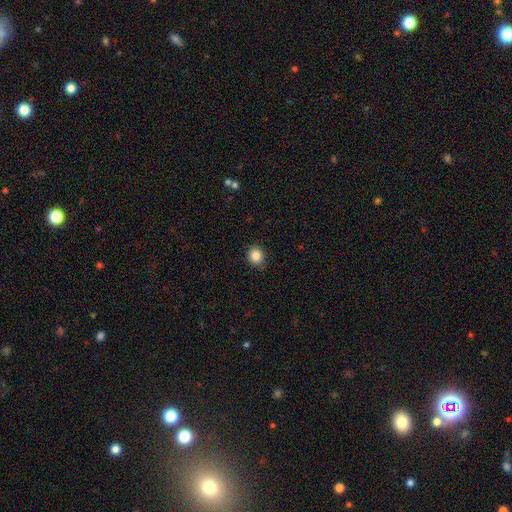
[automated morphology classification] This is clearly a smooth galaxy (86%). How rounded: clearly round (83%). Merging: clearly none (89%).